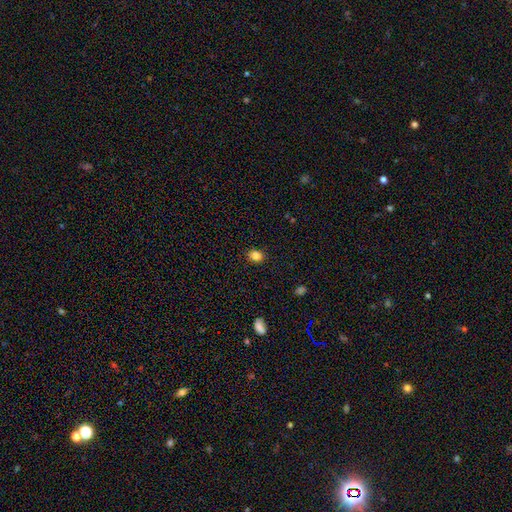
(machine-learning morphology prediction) smooth 84%, star or artifact 11%, featured or disk 4%. Down the decision tree: how rounded — round (62%); merging — none (89%).